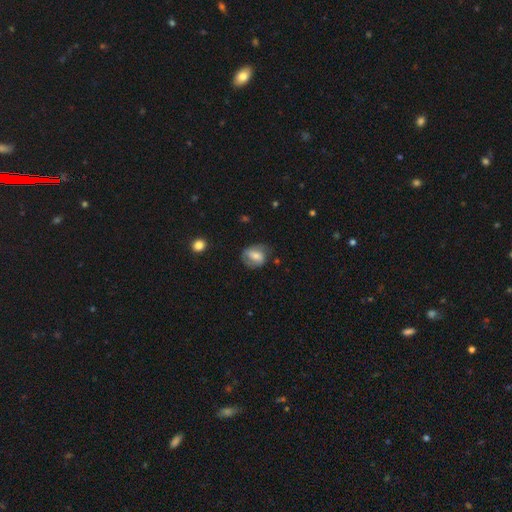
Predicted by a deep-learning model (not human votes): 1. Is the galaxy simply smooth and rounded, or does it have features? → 47% smooth, 46% featured or disk, 7% star or artifact.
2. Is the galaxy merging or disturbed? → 59% none, 26% minor disturbance, 13% major disturbance, 2% merger.